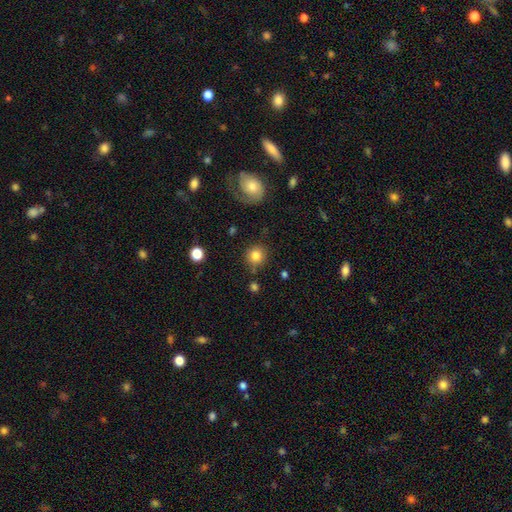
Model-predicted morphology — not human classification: This is clearly a smooth galaxy (82%). How rounded: clearly round (90%). Merging: clearly none (82%).